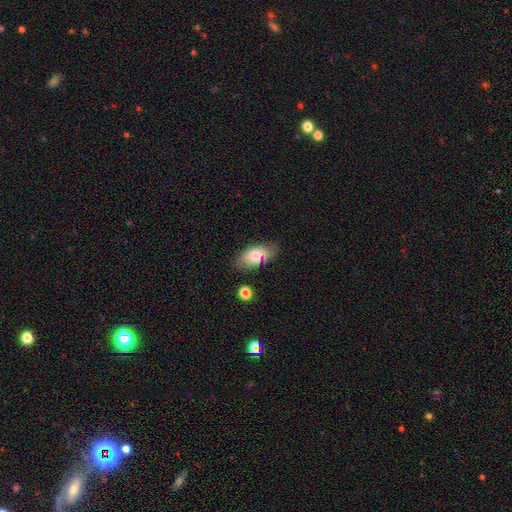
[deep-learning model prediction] A smooth galaxy with no disk features (73%) that is in between round and cigar-shaped (90%).

Vote fractions:
- Smooth or featured? smooth: 73% / featured or disk: 19% / star or artifact: 8%
- How rounded? in between: 90% / round: 5% / cigar-shaped: 5%
- Merging? none: 72% / minor disturbance: 20% / major disturbance: 5% / merger: 4%